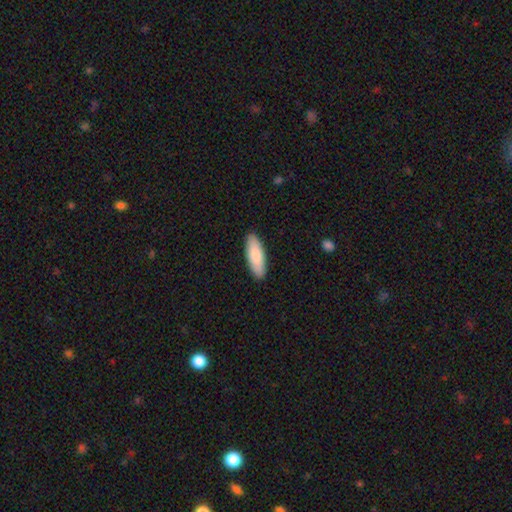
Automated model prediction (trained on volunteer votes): This appears to be a smooth galaxy with no disk features (85%) that is in between round and cigar-shaped (59%). Merging: none (90%).